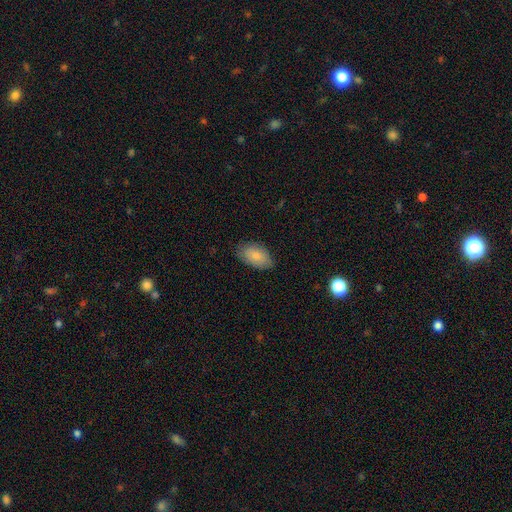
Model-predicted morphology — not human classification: Smooth or featured? Predicted: smooth (p=0.83). How rounded? Predicted: in between (p=0.94). Merging? Predicted: none (p=0.81).